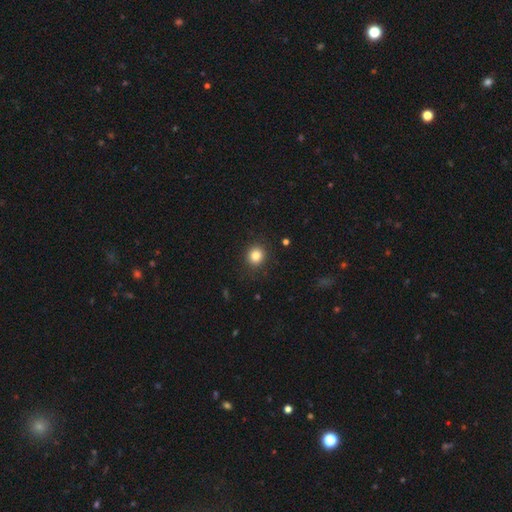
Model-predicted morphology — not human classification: Smooth or featured?
  - smooth: 83% *
  - star or artifact: 11%
  - featured or disk: 5%
How rounded?
  - round: 86% *
  - in between: 13%
  - cigar-shaped: 1%
Merging?
  - none: 89% *
  - minor disturbance: 7%
  - major disturbance: 2%
  - merger: 1%